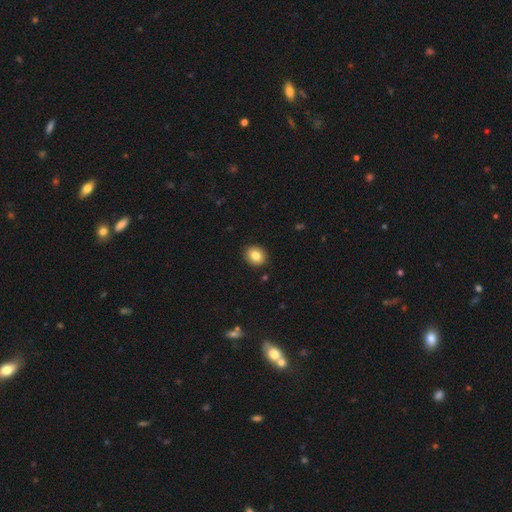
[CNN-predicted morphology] Smooth or featured? Predicted: smooth (p=0.84). How rounded? Predicted: round (p=0.66). Merging? Predicted: none (p=0.91).